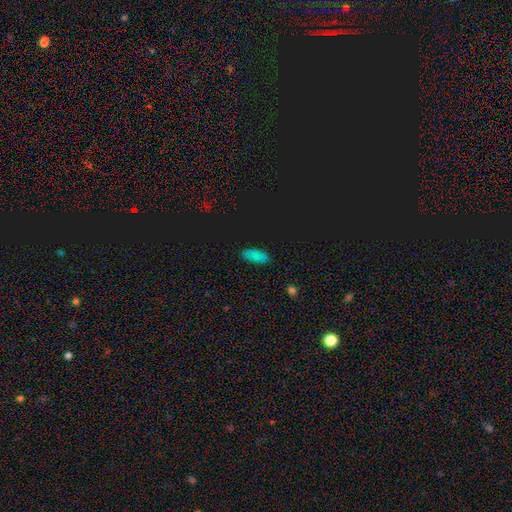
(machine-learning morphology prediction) smooth 76%, star or artifact 20%, featured or disk 5%. Down the decision tree: how rounded — in between (82%); merging — none (86%).